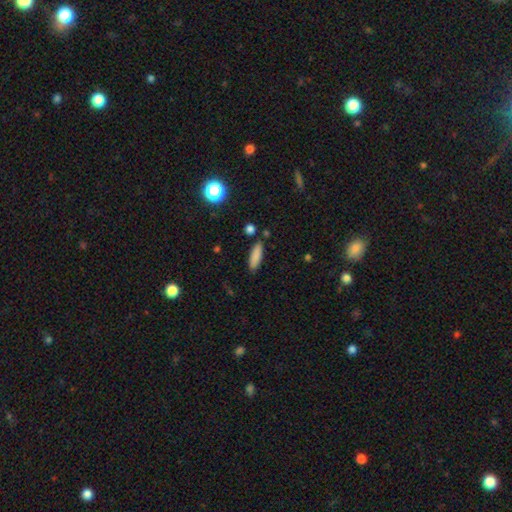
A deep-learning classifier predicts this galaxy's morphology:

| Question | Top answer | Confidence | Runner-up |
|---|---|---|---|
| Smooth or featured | smooth | 85% | star or artifact (8%) |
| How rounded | cigar-shaped | 60% | in between (38%) |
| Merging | none | 85% | minor disturbance (9%) |